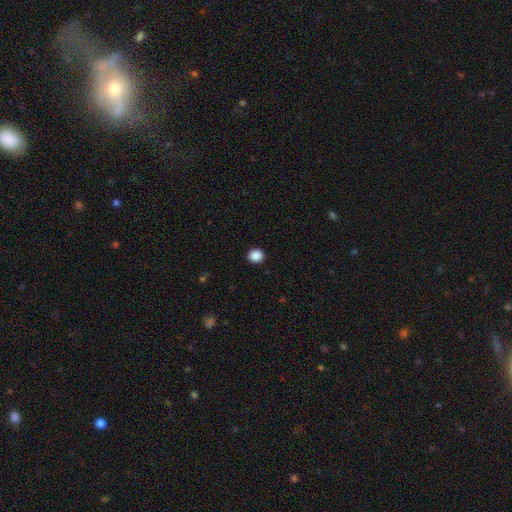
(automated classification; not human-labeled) smooth-or-featured: smooth: 88% | star or artifact: 10% | featured or disk: 2%
  how-rounded: round: 84% | in between: 15% | cigar-shaped: 1%
  merging: none: 92% | minor disturbance: 5% | major disturbance: 2% | merger: 1%